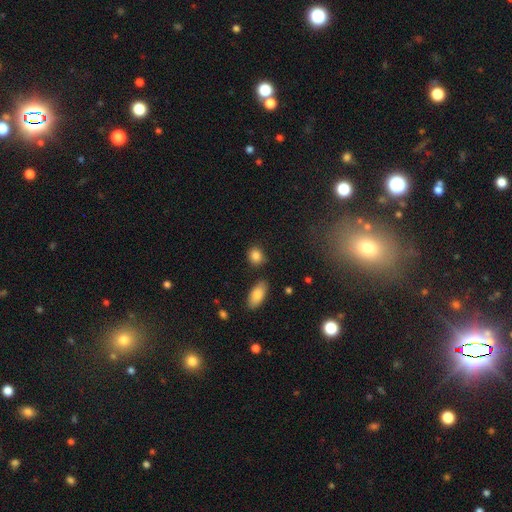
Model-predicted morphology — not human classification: This is clearly a smooth galaxy (87%). How rounded: likely round (62%). Merging: likely none (79%).